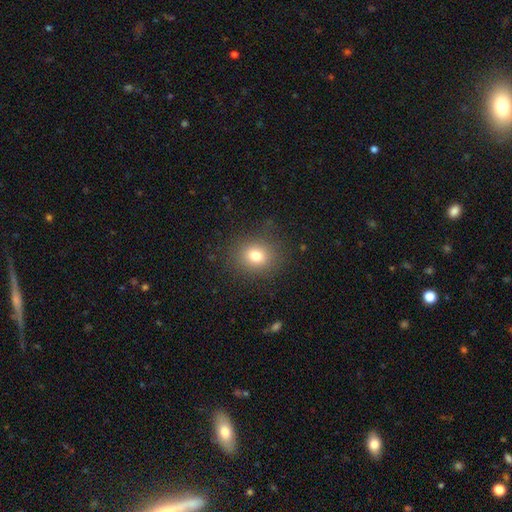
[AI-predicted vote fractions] smooth-or-featured: smooth: 78% | star or artifact: 13% | featured or disk: 9%
  how-rounded: round: 66% | in between: 33% | cigar-shaped: 1%
  merging: none: 84% | minor disturbance: 10% | major disturbance: 5% | merger: 1%